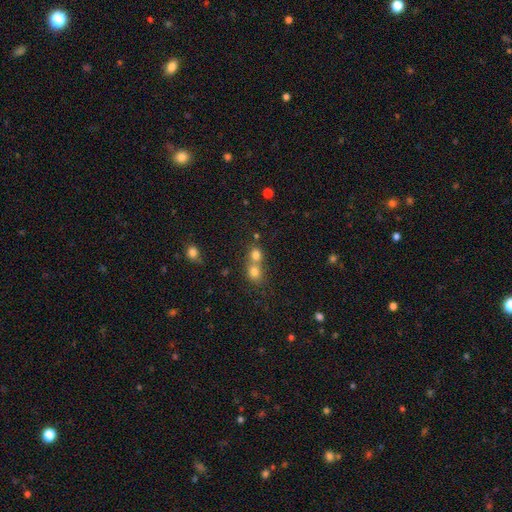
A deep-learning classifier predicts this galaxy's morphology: Q: Smooth or featured?
A: smooth (75%); runner-up: star or artifact (15%)
Q: How rounded?
A: round (79%); runner-up: in between (19%)
Q: Merging?
A: merger (57%); runner-up: none (36%)